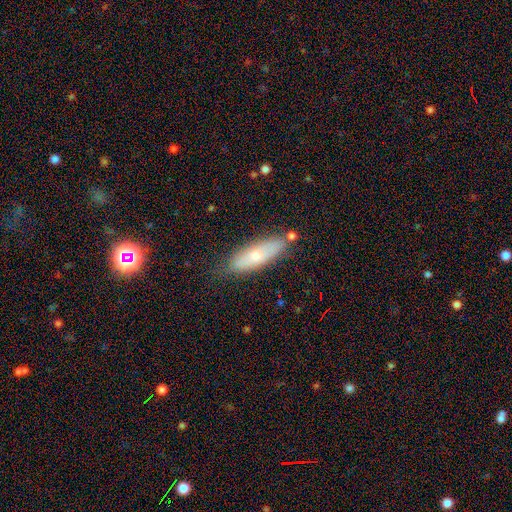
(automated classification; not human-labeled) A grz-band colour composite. It shows a smooth galaxy with no disk features (65%) that is cigar-shaped (52%). Merging: none (75%).